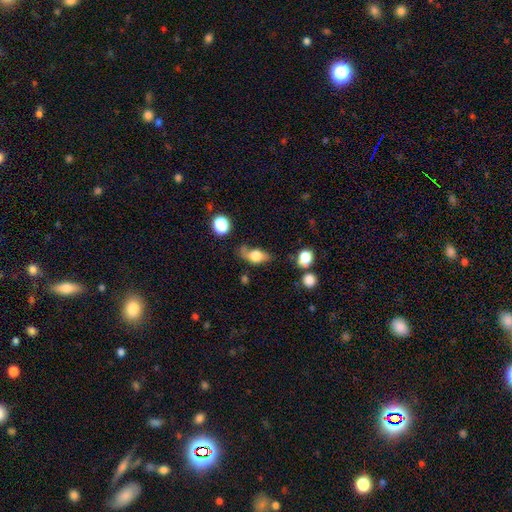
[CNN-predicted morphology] type=smooth (66%); roundness=in between (79%); merging=none (43%).